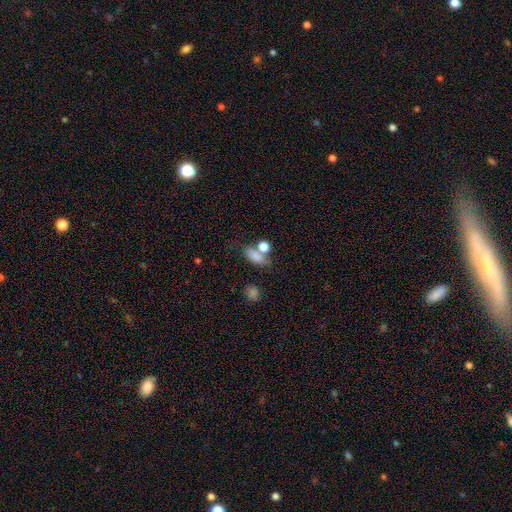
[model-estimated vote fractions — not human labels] smooth_or_featured: smooth (p=0.79) [alt: star or artifact p=0.12]
how_rounded: in between (p=0.74) [alt: round p=0.16]
merging: none (p=0.49) [alt: merger p=0.29]